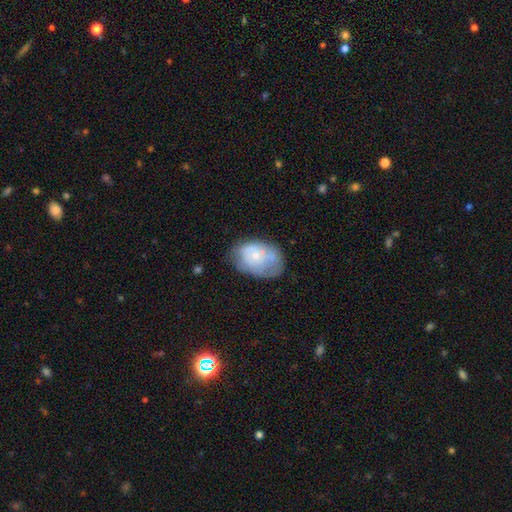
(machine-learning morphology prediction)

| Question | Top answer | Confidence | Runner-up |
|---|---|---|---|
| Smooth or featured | smooth | 54% | featured or disk (38%) |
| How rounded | in between | 79% | round (20%) |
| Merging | none | 45% | minor disturbance (32%) |